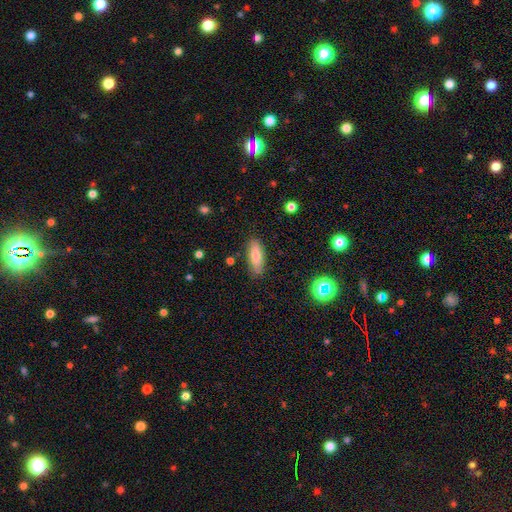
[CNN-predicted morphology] This appears to be a smooth galaxy with no disk features (74%) that is in between round and cigar-shaped (61%). Merging: none (85%).